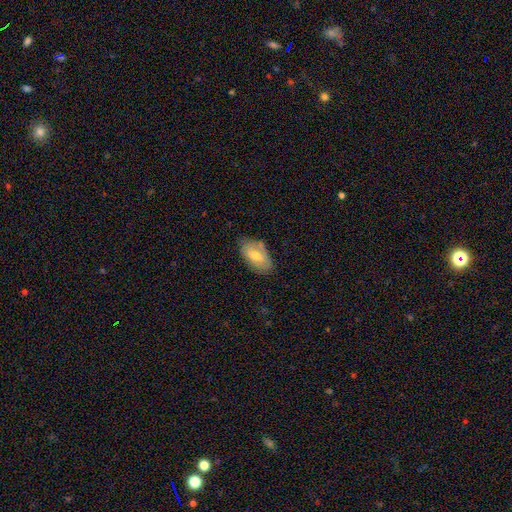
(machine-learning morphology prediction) Smooth or featured?
  - smooth: 63% *
  - featured or disk: 31%
  - star or artifact: 7%
How rounded?
  - in between: 93% *
  - round: 5%
  - cigar-shaped: 2%
Merging?
  - none: 71% *
  - minor disturbance: 22%
  - major disturbance: 4%
  - merger: 3%